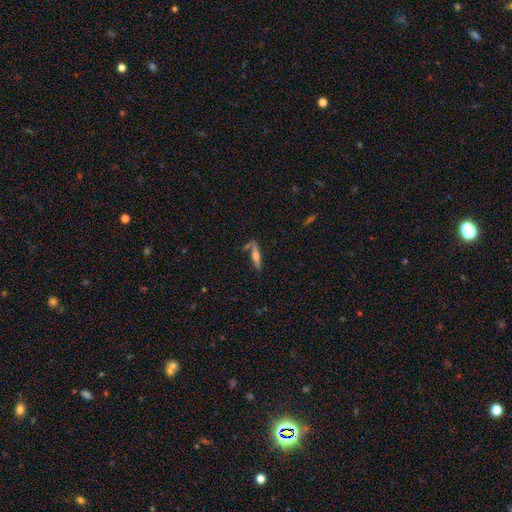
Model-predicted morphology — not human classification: featured or disk 51%, smooth 41%, star or artifact 8%. Down the decision tree: edge-on disk — yes (90%); merging — none (65%).